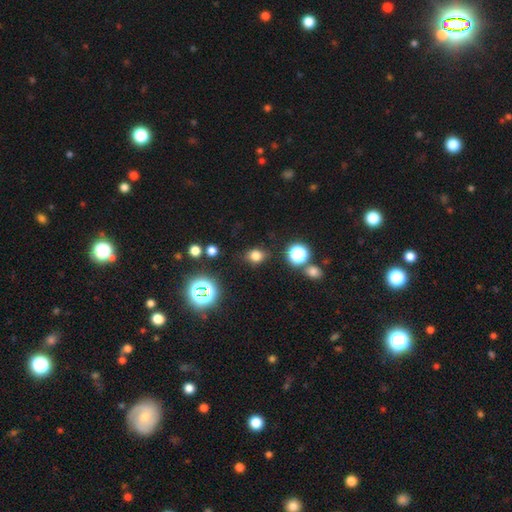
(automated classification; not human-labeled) Smooth or featured?
  - smooth: 72% *
  - star or artifact: 20%
  - featured or disk: 8%
How rounded?
  - round: 52% *
  - in between: 46%
  - cigar-shaped: 1%
Merging?
  - none: 80% *
  - minor disturbance: 13%
  - major disturbance: 4%
  - merger: 3%